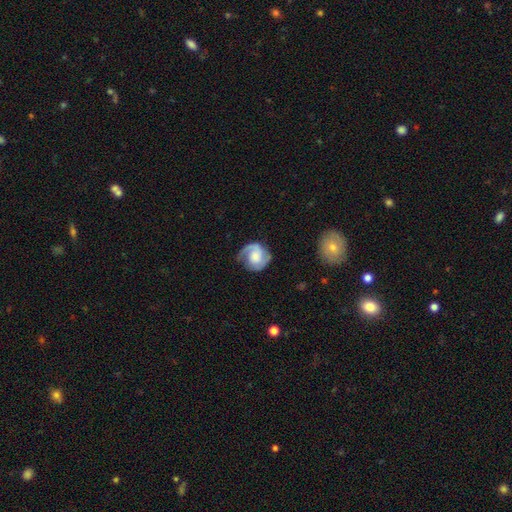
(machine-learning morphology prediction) Smooth or featured?
  - featured or disk: 78% *
  - smooth: 17%
  - star or artifact: 6%
Edge-on disk?
  - no: 98% *
  - yes: 2%
Bar?
  - no: 62% *
  - weak: 31%
  - strong: 6%
Spiral arms?
  - yes: 96% *
  - no: 4%
Spiral winding?
  - medium: 43% *
  - tight: 41%
  - loose: 16%
Spiral arm count?
  - 2: 67% *
  - 1: 22%
  - can't tell: 6%
  - 3: 3%
  - 4: 1%
  - more than 4: 1%
Bulge size?
  - moderate: 36% *
  - large: 25%
  - small: 20%
  - none: 15%
  - dominant: 3%
Merging?
  - none: 68% *
  - minor disturbance: 20%
  - major disturbance: 11%
  - merger: 2%